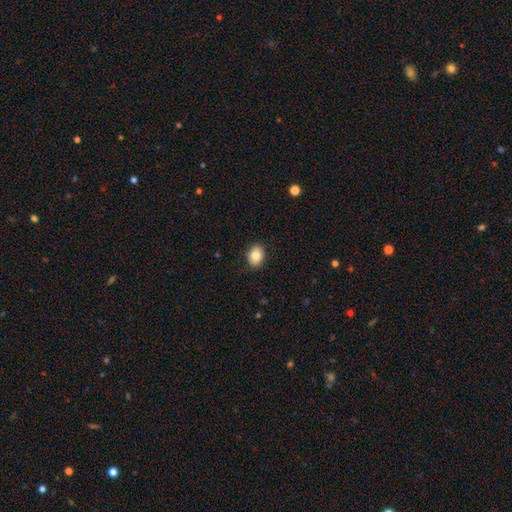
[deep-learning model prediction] Smooth or featured?
  - smooth: 81% *
  - featured or disk: 10%
  - star or artifact: 8%
How rounded?
  - in between: 65% *
  - round: 34%
  - cigar-shaped: 1%
Merging?
  - none: 87% *
  - minor disturbance: 10%
  - major disturbance: 2%
  - merger: 1%